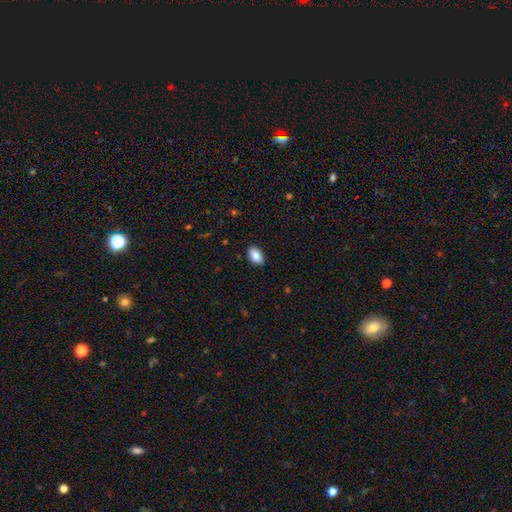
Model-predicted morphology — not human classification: Smooth or featured? Predicted: smooth (p=0.87). How rounded? Predicted: in between (p=0.93). Merging? Predicted: none (p=0.88).